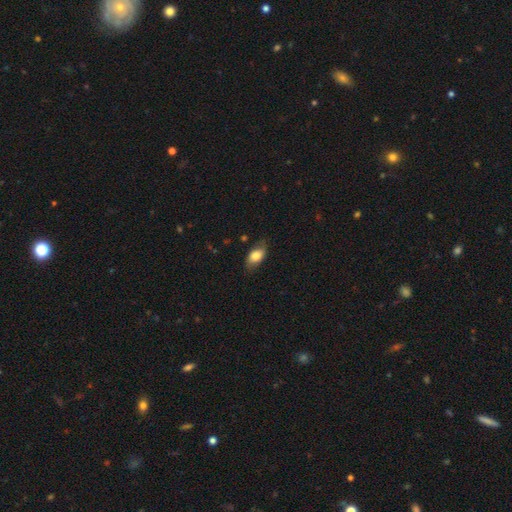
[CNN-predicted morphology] smooth-or-featured: smooth: 74% | featured or disk: 19% | star or artifact: 7%
  how-rounded: in between: 89% | round: 7% | cigar-shaped: 4%
  merging: none: 70% | minor disturbance: 23% | major disturbance: 6% | merger: 1%